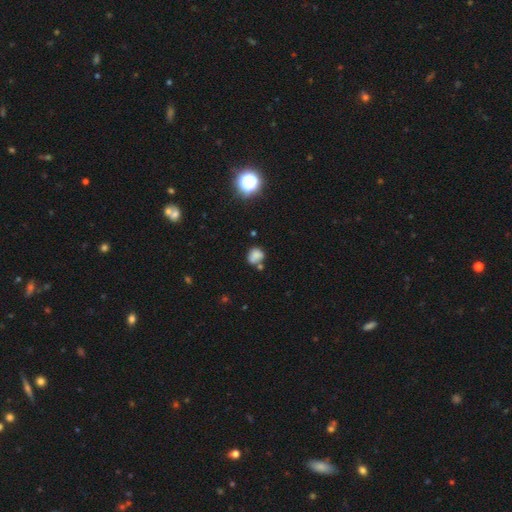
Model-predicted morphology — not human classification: smooth-or-featured: smooth: 73% | star or artifact: 15% | featured or disk: 13%
  how-rounded: round: 62% | in between: 36% | cigar-shaped: 1%
  merging: none: 47% | merger: 26% | minor disturbance: 19% | major disturbance: 7%